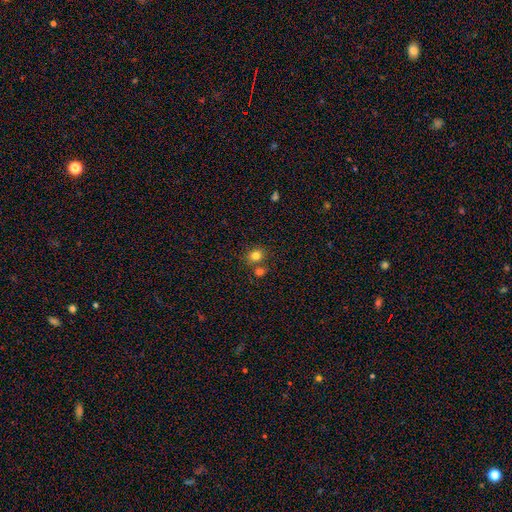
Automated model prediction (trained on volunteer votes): smooth-or-featured: smooth: 81% | star or artifact: 13% | featured or disk: 6%
  how-rounded: round: 71% | in between: 28% | cigar-shaped: 1%
  merging: none: 70% | merger: 18% | minor disturbance: 9% | major disturbance: 3%